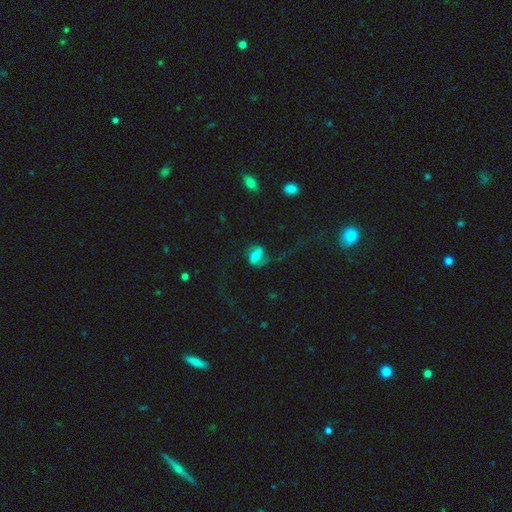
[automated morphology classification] This is likely a featured or disk galaxy (62%). It is clearly not viewed edge-on (97%). Bar: marginally weak (43%). Spiral arm pattern: clearly yes (88%). Spiral arm count: clearly 2 (81%). Spiral winding: possibly loose (59%). Central bulge: possibly moderate (47%). Merging: possibly none (45%).